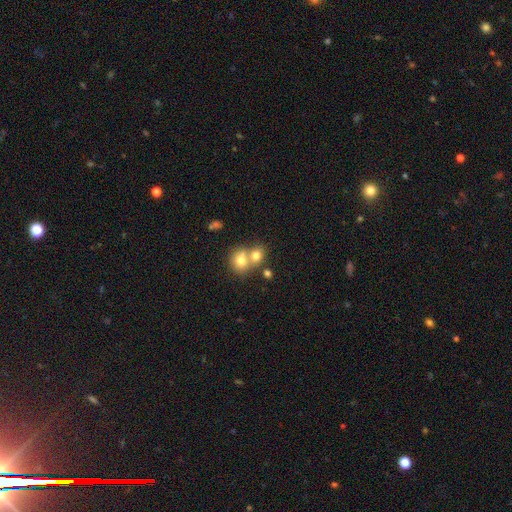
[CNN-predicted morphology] smooth_or_featured: smooth (p=0.74) [alt: featured or disk p=0.16]
how_rounded: round (p=0.67) [alt: in between p=0.32]
merging: merger (p=0.61) [alt: none p=0.30]